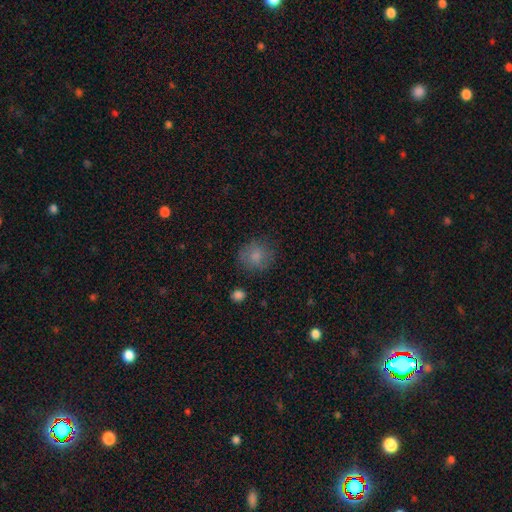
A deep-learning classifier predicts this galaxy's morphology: smooth_or_featured: smooth (p=0.81) [alt: star or artifact p=0.10]
how_rounded: round (p=0.85) [alt: in between p=0.14]
merging: none (p=0.78) [alt: minor disturbance p=0.15]